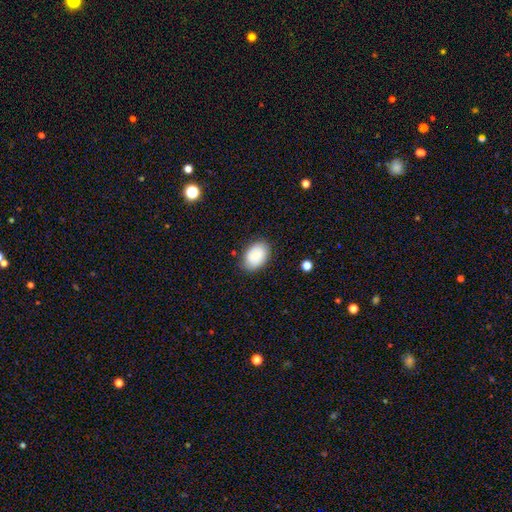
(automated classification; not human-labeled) smooth-or-featured: smooth: 85% | featured or disk: 8% | star or artifact: 7%
  how-rounded: in between: 85% | round: 14% | cigar-shaped: 1%
  merging: none: 82% | minor disturbance: 13% | major disturbance: 3% | merger: 1%